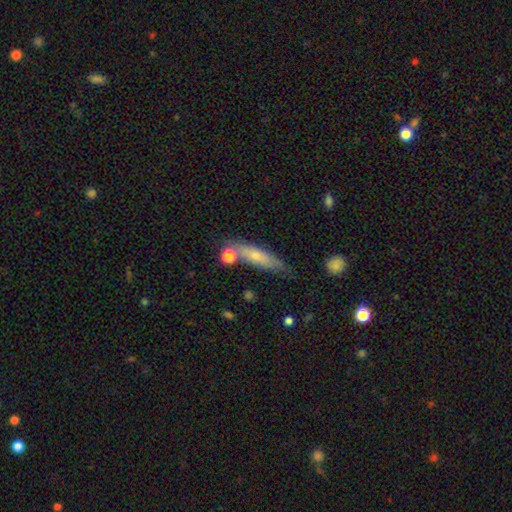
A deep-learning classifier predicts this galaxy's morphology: A smooth galaxy with no disk features (67%) that is cigar-shaped (76%).

Vote fractions:
- Smooth or featured? smooth: 67% / featured or disk: 26% / star or artifact: 7%
- How rounded? cigar-shaped: 76% / in between: 21% / round: 3%
- Merging? none: 67% / minor disturbance: 19% / merger: 10% / major disturbance: 5%